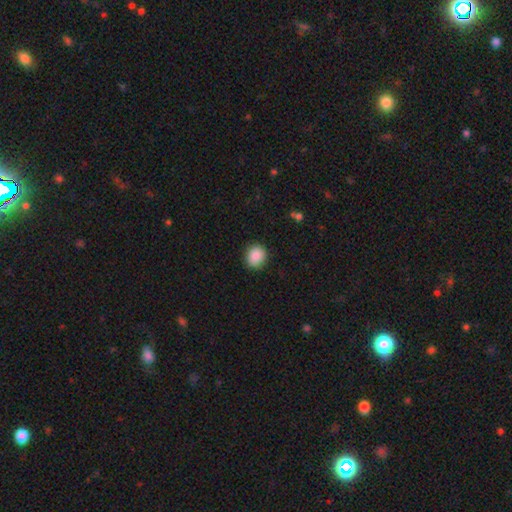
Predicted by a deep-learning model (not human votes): smooth-or-featured: smooth: 89% | star or artifact: 8% | featured or disk: 4%
  how-rounded: round: 74% | in between: 25% | cigar-shaped: 1%
  merging: none: 88% | minor disturbance: 9% | major disturbance: 2% | merger: 1%